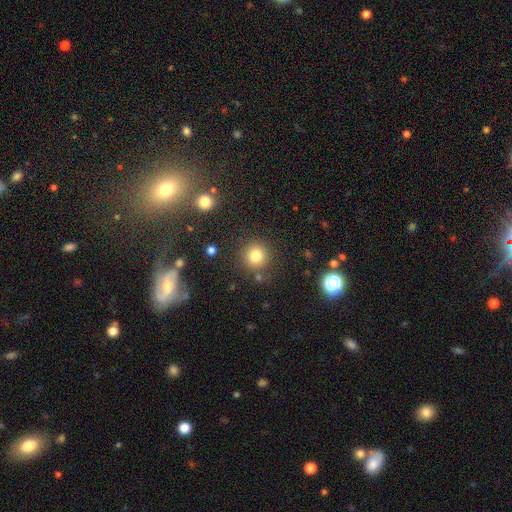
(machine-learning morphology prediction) Smooth or featured: smooth — 80% (star or artifact — 13%)
How rounded: round — 94% (in between — 5%)
Merging: none — 85% (minor disturbance — 7%)